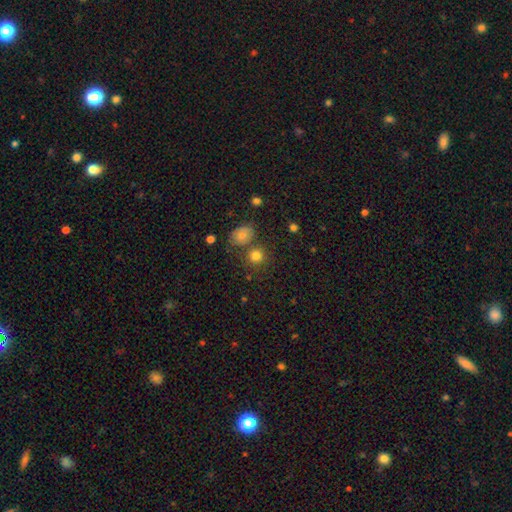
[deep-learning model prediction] The model was most divided on "merging": none: 70%, merger: 17%, minor disturbance: 10%, major disturbance: 4%. More confident: how rounded — round (83%); smooth or featured — smooth (80%).